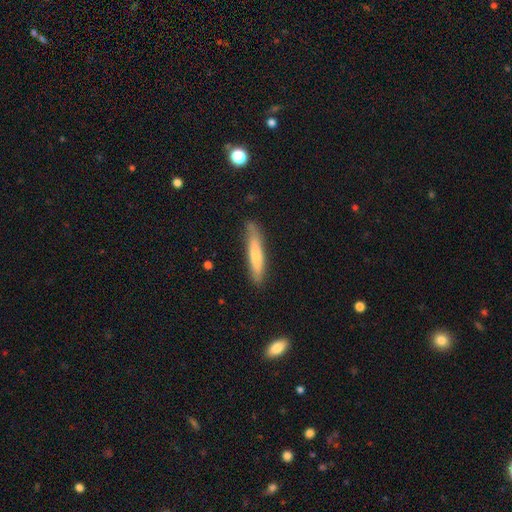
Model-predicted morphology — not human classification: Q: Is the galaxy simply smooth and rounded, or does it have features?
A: smooth — 71%.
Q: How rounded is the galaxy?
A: cigar-shaped — 91%.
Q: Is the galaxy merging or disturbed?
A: none — 80%.